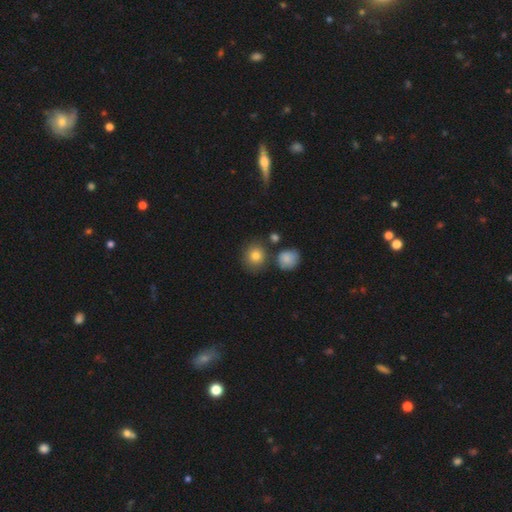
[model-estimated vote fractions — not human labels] This appears to be a smooth galaxy with no disk features (81%) that is round (82%). Merging: none (76%).